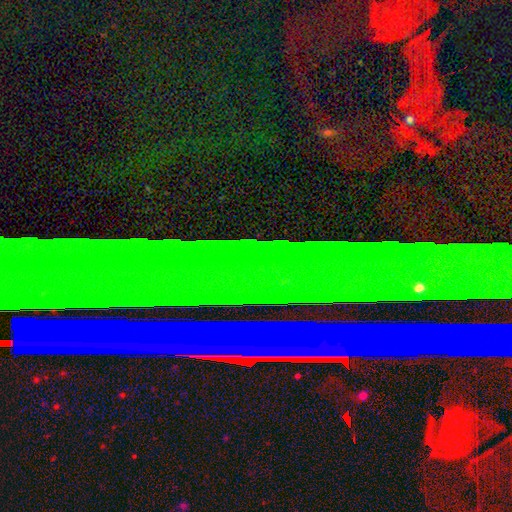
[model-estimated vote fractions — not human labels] smooth-or-featured: star or artifact: 82% | featured or disk: 12% | smooth: 6%